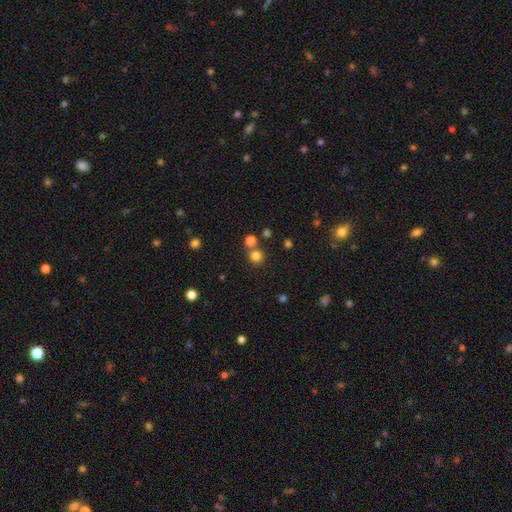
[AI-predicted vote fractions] smooth-or-featured: smooth: 78% | star or artifact: 16% | featured or disk: 6%
  how-rounded: round: 91% | in between: 8% | cigar-shaped: 1%
  merging: none: 68% | merger: 22% | minor disturbance: 7% | major disturbance: 3%